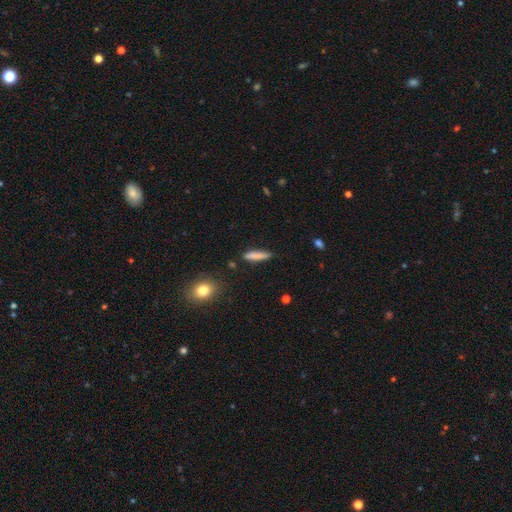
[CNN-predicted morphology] smooth-or-featured: smooth: 81% | featured or disk: 12% | star or artifact: 7%
  how-rounded: cigar-shaped: 85% | in between: 13% | round: 2%
  merging: none: 84% | minor disturbance: 11% | major disturbance: 2% | merger: 2%